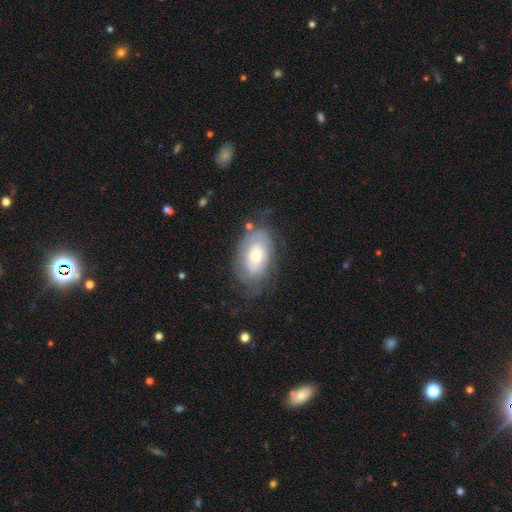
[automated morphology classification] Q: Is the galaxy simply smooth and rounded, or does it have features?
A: featured or disk — 59%.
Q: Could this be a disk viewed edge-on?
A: no — 94%.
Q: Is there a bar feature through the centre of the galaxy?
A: no — 77%.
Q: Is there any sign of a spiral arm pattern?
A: yes — 71%.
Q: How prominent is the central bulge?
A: moderate — 53%.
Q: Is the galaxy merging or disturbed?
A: none — 64%.